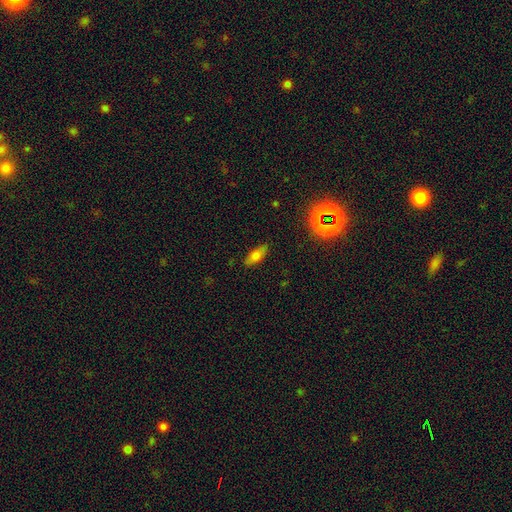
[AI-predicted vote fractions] Smooth or featured? smooth (68%)
How rounded? in between (76%)
Merging? none (84%)